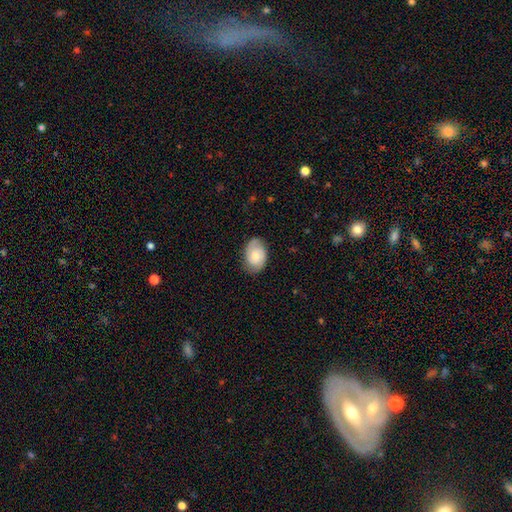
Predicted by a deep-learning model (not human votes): This is possibly a smooth galaxy (48%). Merging: likely none (78%).